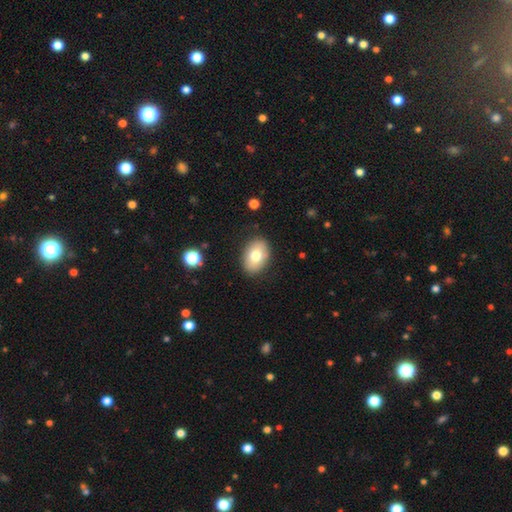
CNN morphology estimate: A smooth galaxy with no disk features (76%) that is in between round and cigar-shaped (83%). Merging: none (86%).